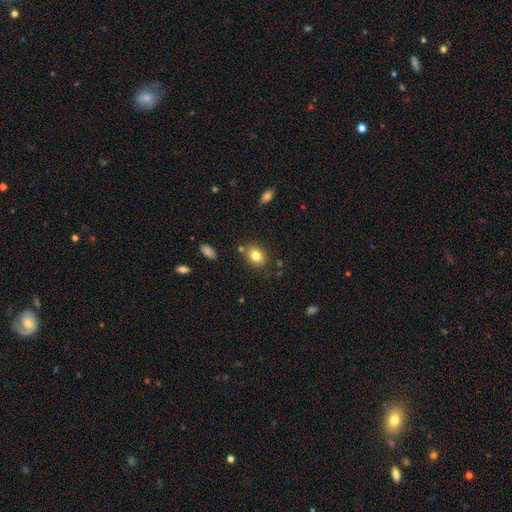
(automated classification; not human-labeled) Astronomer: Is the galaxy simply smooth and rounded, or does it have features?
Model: smooth — 81%.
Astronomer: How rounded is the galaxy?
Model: in between — 60% (runner-up: round, 39%).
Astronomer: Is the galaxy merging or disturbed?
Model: none — 81%.